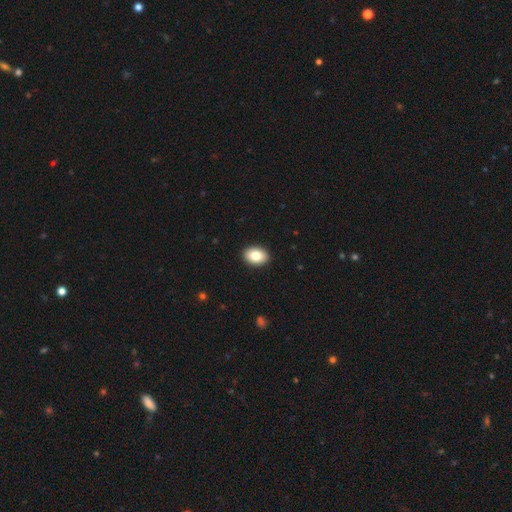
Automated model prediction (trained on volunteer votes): Smooth or featured: smooth — 84% (featured or disk — 8%)
How rounded: in between — 78% (round — 21%)
Merging: none — 92% (minor disturbance — 6%)